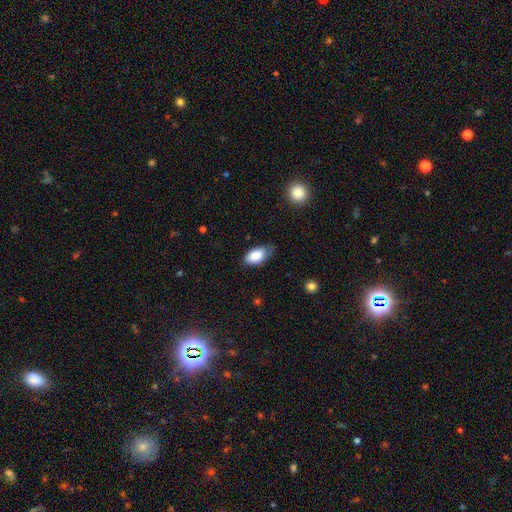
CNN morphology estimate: smooth 83%, featured or disk 10%, star or artifact 7%. Down the decision tree: how rounded — in between (94%); merging — none (58%).